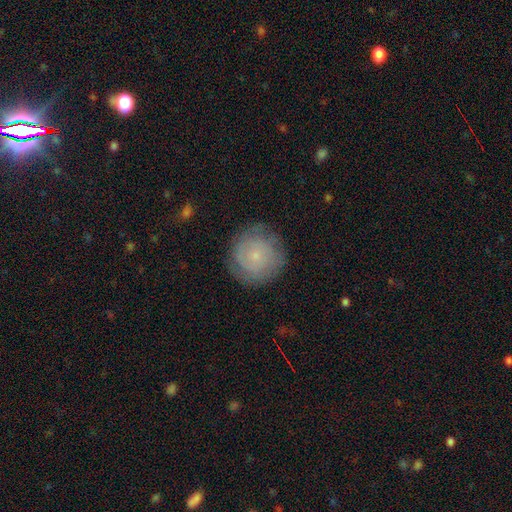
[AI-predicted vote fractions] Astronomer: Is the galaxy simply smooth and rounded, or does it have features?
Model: smooth — 48% (runner-up: featured or disk, 44%).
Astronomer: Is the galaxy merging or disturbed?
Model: none — 78%.